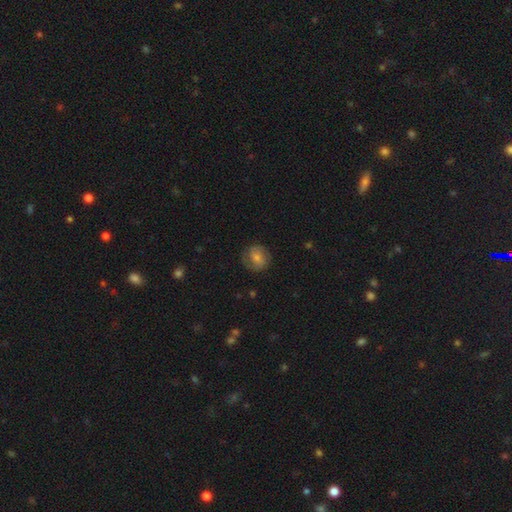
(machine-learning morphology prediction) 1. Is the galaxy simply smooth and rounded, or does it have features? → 49% smooth, 37% featured or disk, 13% star or artifact.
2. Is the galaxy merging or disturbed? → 78% none, 15% minor disturbance, 7% major disturbance, 1% merger.